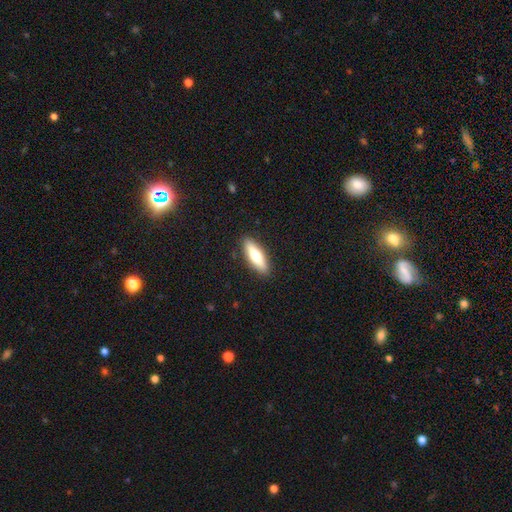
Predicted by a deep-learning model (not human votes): Smooth or featured? Predicted: smooth (p=0.62). How rounded? Predicted: cigar-shaped (p=0.52). Merging? Predicted: none (p=0.90).